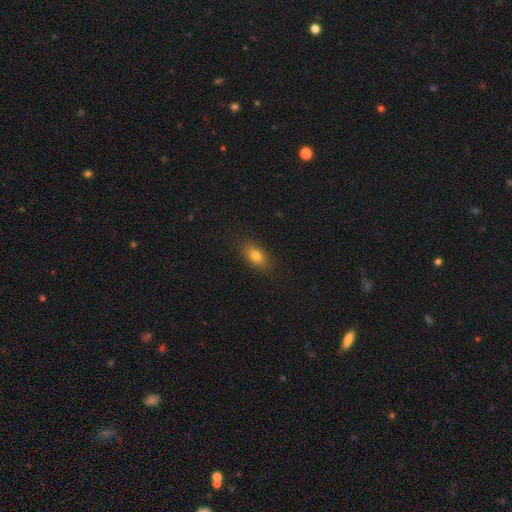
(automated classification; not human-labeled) smooth-or-featured: smooth: 80% | featured or disk: 10% | star or artifact: 10%
  how-rounded: in between: 85% | round: 9% | cigar-shaped: 6%
  merging: none: 86% | minor disturbance: 10% | major disturbance: 3% | merger: 1%